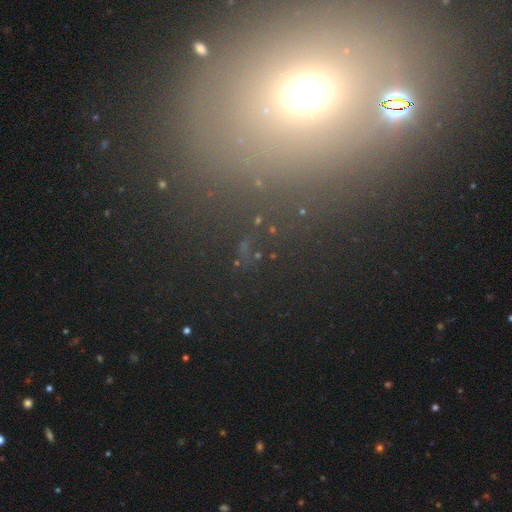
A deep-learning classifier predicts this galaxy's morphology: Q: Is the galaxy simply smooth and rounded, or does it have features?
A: star or artifact — 66%.